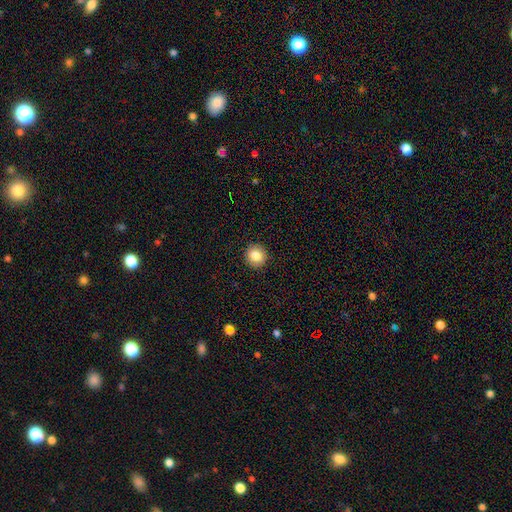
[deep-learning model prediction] A smooth galaxy with no disk features (83%) that is round (90%). Merging: none (92%).